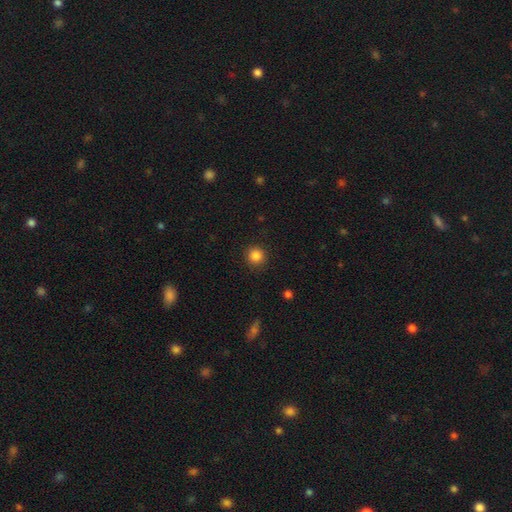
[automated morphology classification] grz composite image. It shows a smooth galaxy with no disk features (86%) that is round (94%). Merging: none (90%).